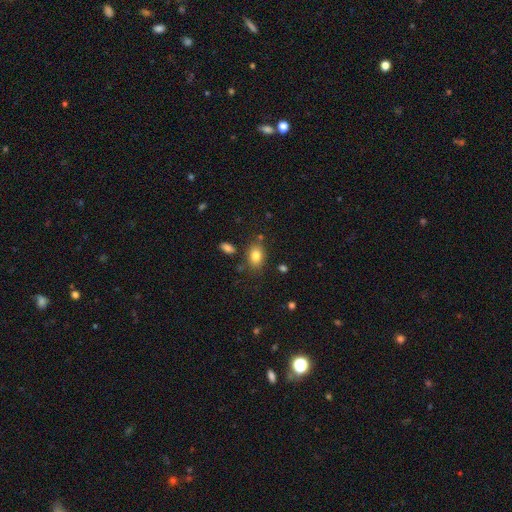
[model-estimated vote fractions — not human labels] This appears to be a smooth galaxy with no disk features (82%) that is in between round and cigar-shaped (79%). Merging: none (77%).